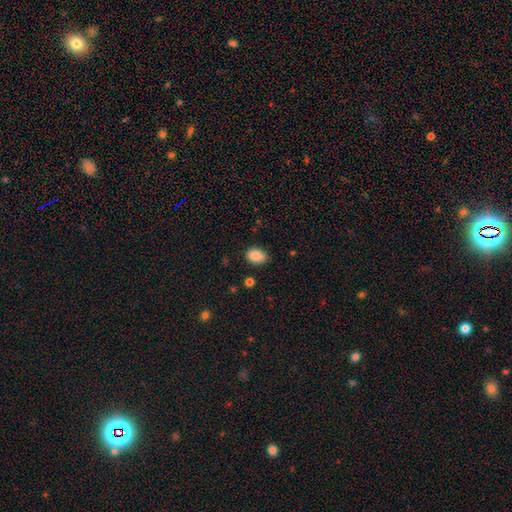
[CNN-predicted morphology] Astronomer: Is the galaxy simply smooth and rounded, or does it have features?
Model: smooth — 87%.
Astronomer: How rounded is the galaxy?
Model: in between — 79%.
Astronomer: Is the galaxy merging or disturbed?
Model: none — 79%.